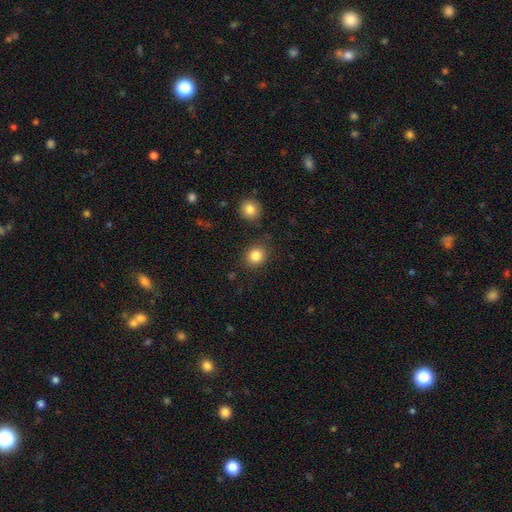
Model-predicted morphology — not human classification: Smooth or featured: smooth — 84% (star or artifact — 10%)
How rounded: round — 75% (in between — 24%)
Merging: none — 84% (minor disturbance — 9%)